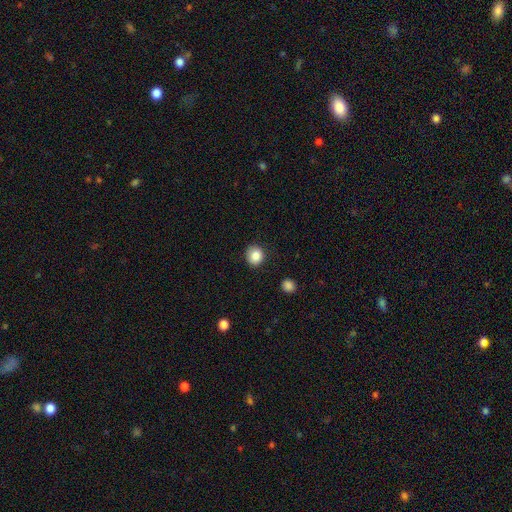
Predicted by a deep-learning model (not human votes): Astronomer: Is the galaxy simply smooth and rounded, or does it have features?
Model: smooth — 86%.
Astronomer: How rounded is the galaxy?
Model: round — 85%.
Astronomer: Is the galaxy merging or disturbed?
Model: none — 88%.